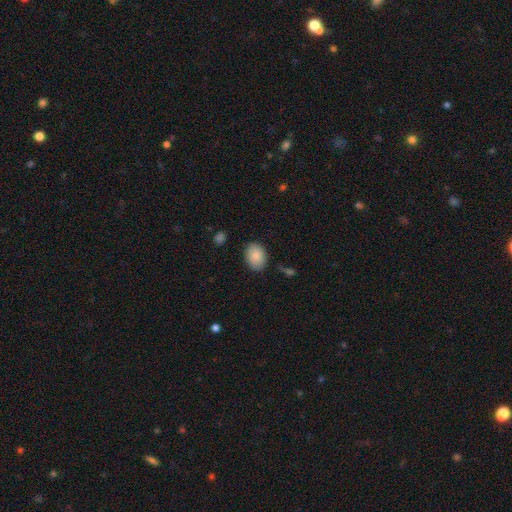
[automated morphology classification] This appears to be a smooth galaxy with no disk features (87%) that is in between round and cigar-shaped (77%). Merging: none (82%).